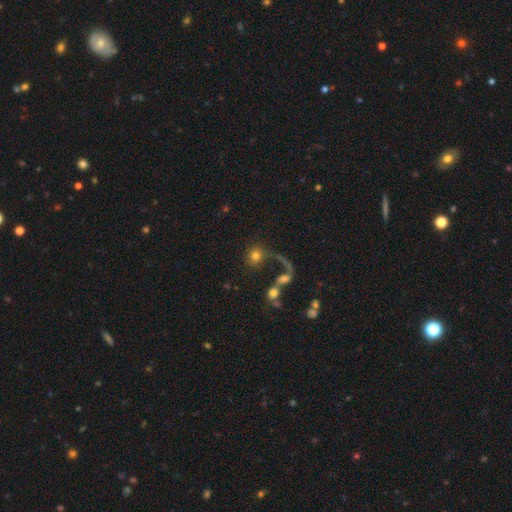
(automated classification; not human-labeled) A smooth galaxy with no disk features (67%) that is round (83%). Merging: none (39%).